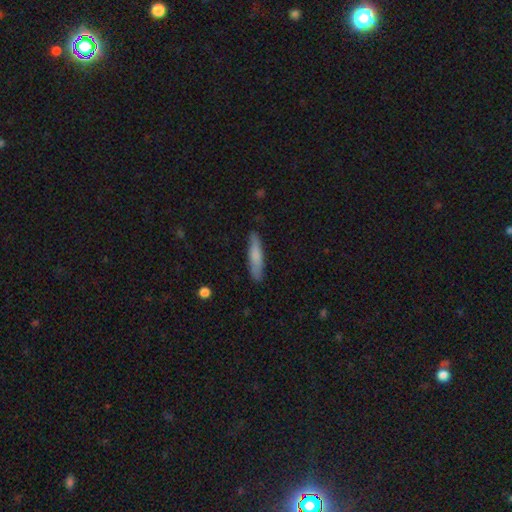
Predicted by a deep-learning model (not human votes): This appears to be a smooth galaxy with no disk features (73%) that is cigar-shaped (85%). Merging: none (84%).